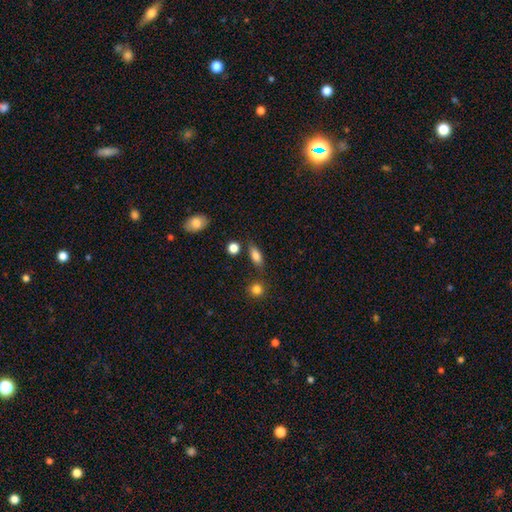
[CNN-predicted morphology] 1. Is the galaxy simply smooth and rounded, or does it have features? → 81% smooth, 10% featured or disk, 9% star or artifact.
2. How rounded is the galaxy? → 78% in between, 16% cigar-shaped, 7% round.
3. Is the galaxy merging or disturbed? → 74% none, 15% minor disturbance, 7% merger, 4% major disturbance.